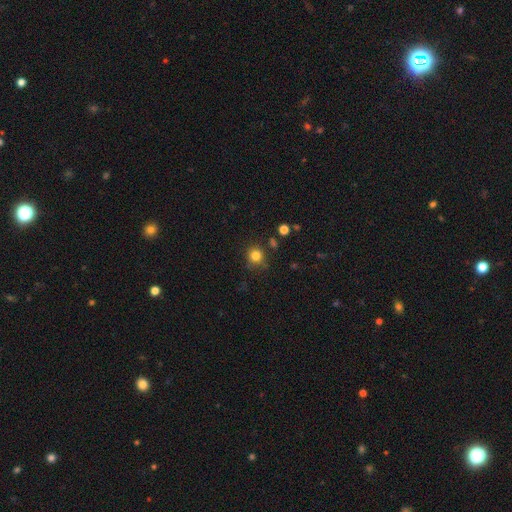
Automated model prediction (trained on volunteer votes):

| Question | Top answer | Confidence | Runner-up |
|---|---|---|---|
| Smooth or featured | smooth | 82% | star or artifact (13%) |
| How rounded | round | 91% | in between (8%) |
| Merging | none | 82% | minor disturbance (12%) |